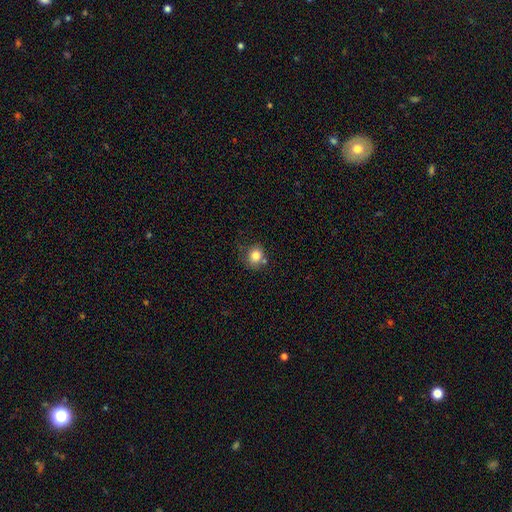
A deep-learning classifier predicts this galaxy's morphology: A smooth galaxy with no disk features (81%) that is round (75%).

Vote fractions:
- Smooth or featured? smooth: 81% / star or artifact: 10% / featured or disk: 9%
- How rounded? round: 75% / in between: 24% / cigar-shaped: 1%
- Merging? none: 65% / minor disturbance: 19% / merger: 11% / major disturbance: 5%